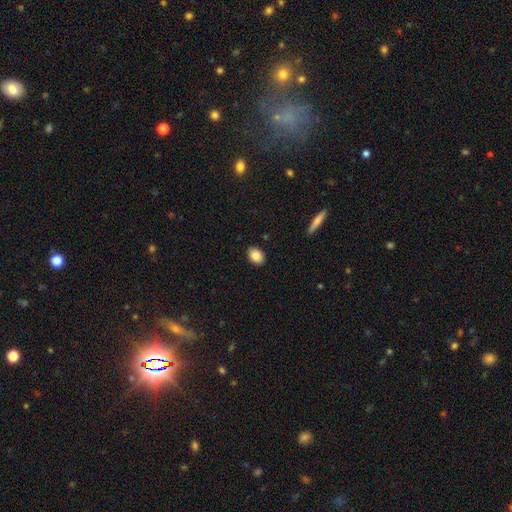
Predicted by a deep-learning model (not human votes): The model was most divided on "how rounded": in between: 72%, round: 26%, cigar-shaped: 1%. More confident: merging — none (89%); smooth or featured — smooth (84%).